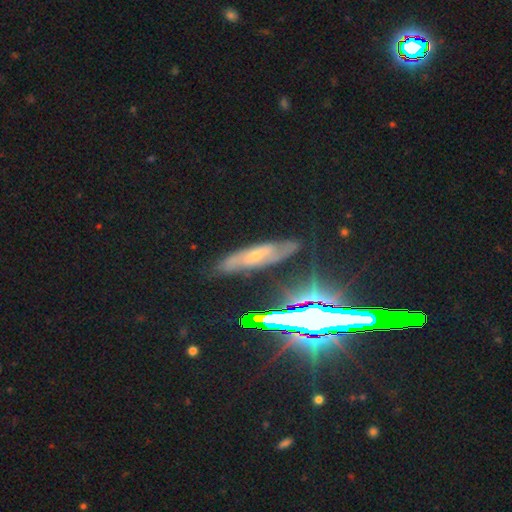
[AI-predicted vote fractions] A featured or disk galaxy (58%). Merging: none (75%).